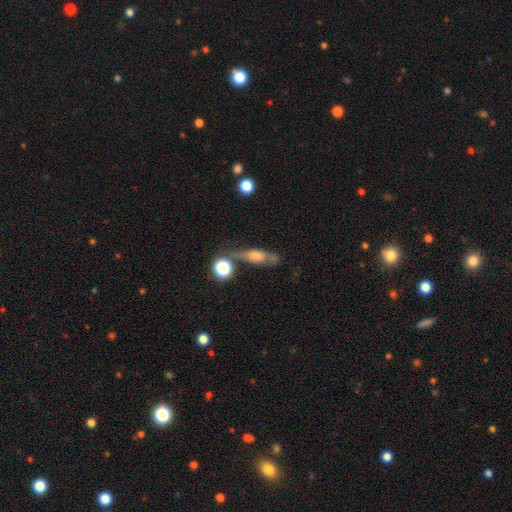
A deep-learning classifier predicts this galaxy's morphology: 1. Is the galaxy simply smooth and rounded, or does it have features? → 49% featured or disk, 39% smooth, 12% star or artifact.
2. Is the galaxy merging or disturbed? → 56% none, 21% minor disturbance, 11% major disturbance, 11% merger.